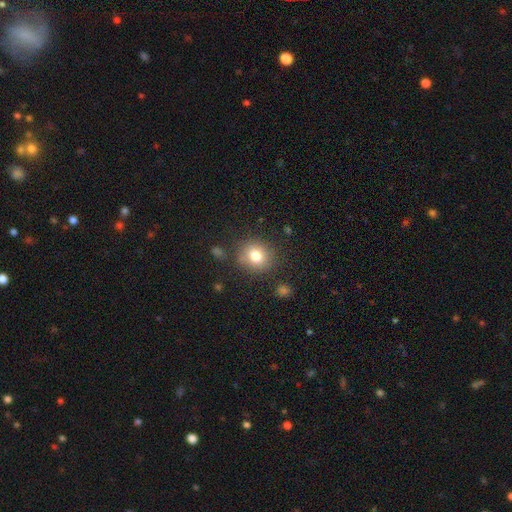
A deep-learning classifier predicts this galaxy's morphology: Smooth or featured? smooth (78%)
How rounded? round (83%)
Merging? none (82%)